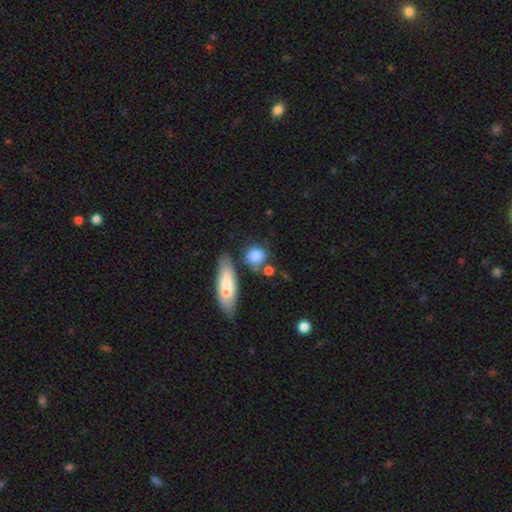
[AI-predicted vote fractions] A smooth galaxy with no disk features (82%) that is round (63%). Merging: none (56%).